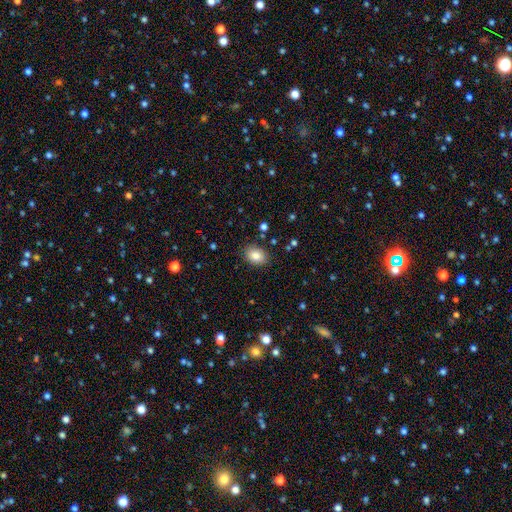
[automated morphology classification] smooth-or-featured: smooth: 85% | star or artifact: 9% | featured or disk: 7%
  how-rounded: in between: 72% | round: 27% | cigar-shaped: 1%
  merging: none: 87% | minor disturbance: 9% | major disturbance: 2% | merger: 1%